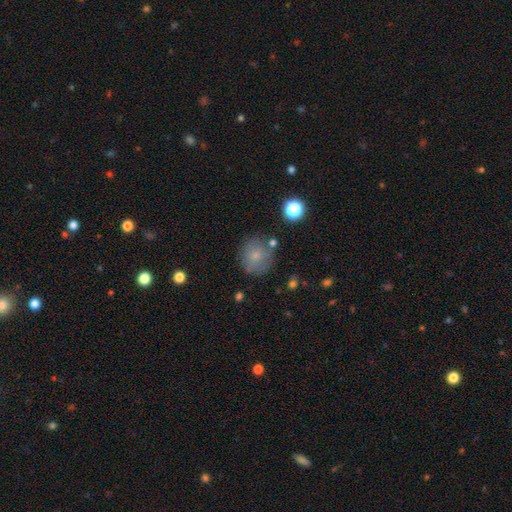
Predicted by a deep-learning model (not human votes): Q: Smooth or featured?
A: smooth (75%); runner-up: featured or disk (15%)
Q: How rounded?
A: round (85%); runner-up: in between (14%)
Q: Merging?
A: none (73%); runner-up: minor disturbance (16%)